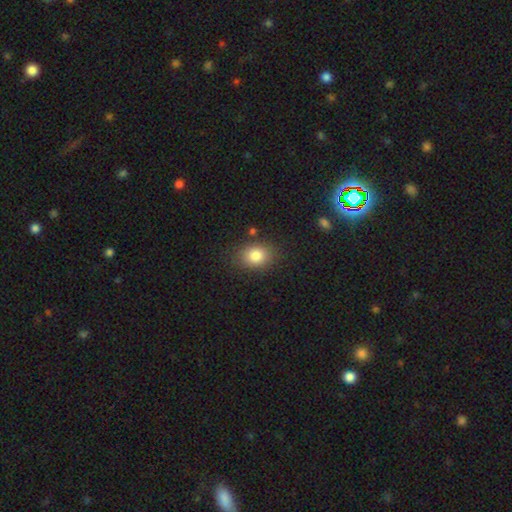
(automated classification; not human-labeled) Smooth or featured?
  - smooth: 84% *
  - star or artifact: 9%
  - featured or disk: 7%
How rounded?
  - in between: 58% *
  - round: 41%
  - cigar-shaped: 1%
Merging?
  - none: 81% *
  - minor disturbance: 12%
  - major disturbance: 4%
  - merger: 3%